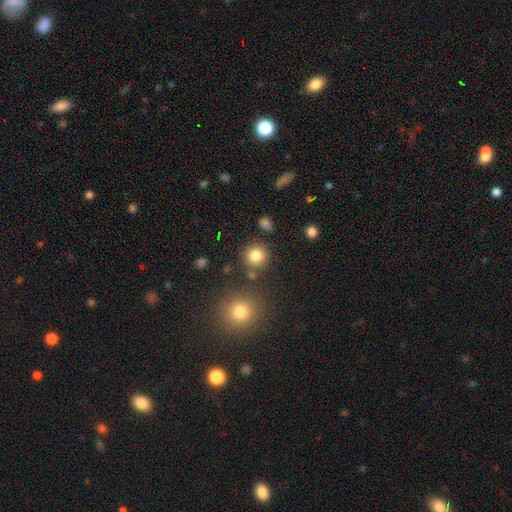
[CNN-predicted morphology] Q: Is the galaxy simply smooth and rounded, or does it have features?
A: smooth — 83%.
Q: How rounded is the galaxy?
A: round — 93%.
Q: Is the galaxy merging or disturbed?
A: none — 84%.